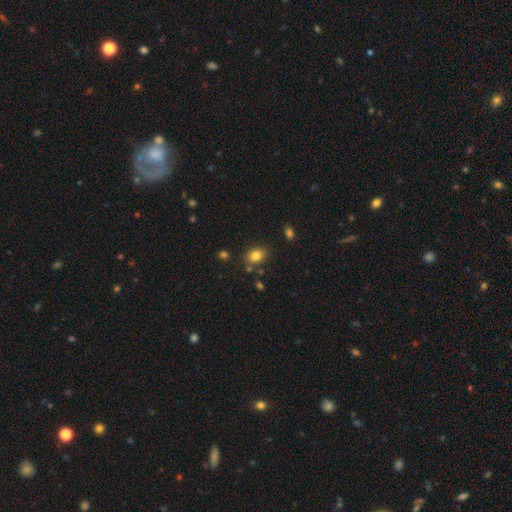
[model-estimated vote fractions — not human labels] This appears to be a smooth galaxy with no disk features (82%) that is in between round and cigar-shaped (55%). Merging: none (80%).